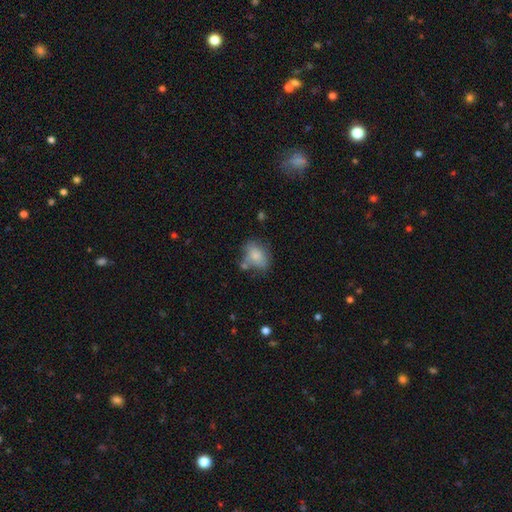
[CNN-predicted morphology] A smooth galaxy with no disk features (76%) that is in between round and cigar-shaped (73%). Merging: none (51%).